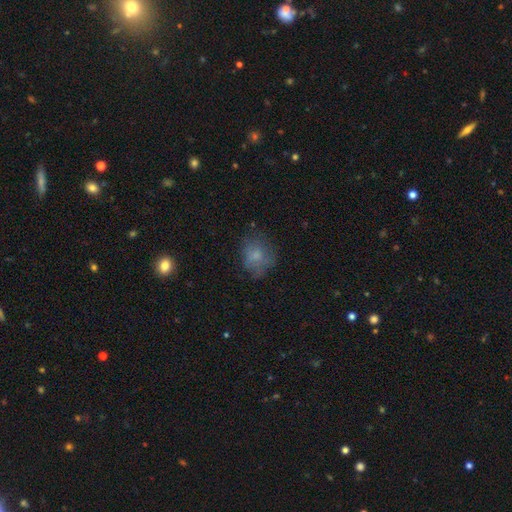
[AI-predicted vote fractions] This is likely a smooth galaxy (71%). How rounded: likely round (63%). Merging: possibly none (59%).